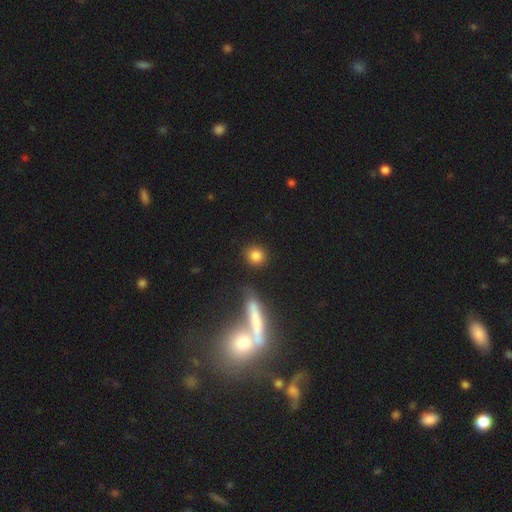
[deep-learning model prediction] A smooth galaxy with no disk features (83%) that is round (84%).

Vote fractions:
- Smooth or featured? smooth: 83% / star or artifact: 10% / featured or disk: 7%
- How rounded? round: 84% / in between: 13% / cigar-shaped: 3%
- Merging? none: 84% / minor disturbance: 8% / merger: 4% / major disturbance: 3%